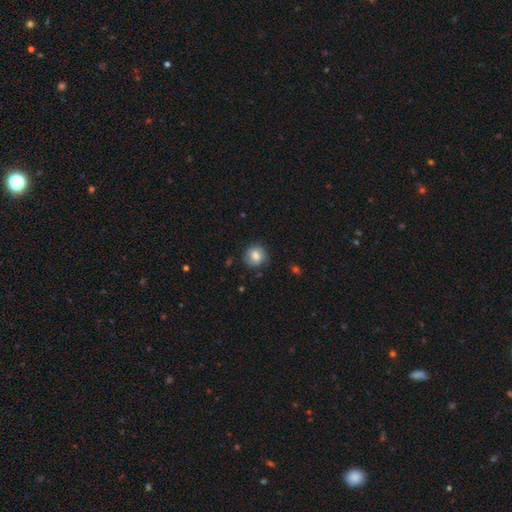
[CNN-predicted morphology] This is likely a smooth galaxy (79%). How rounded: clearly round (87%). Merging: clearly none (80%).